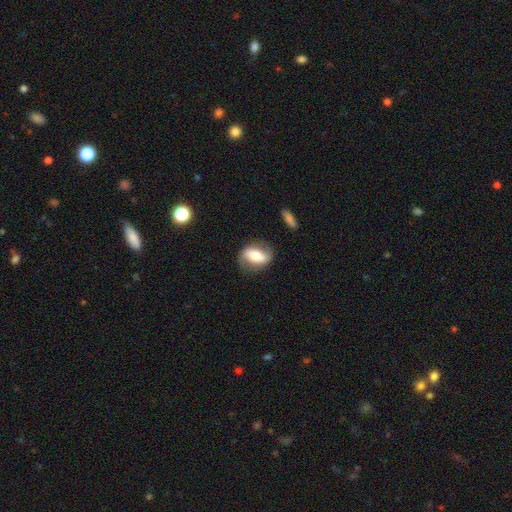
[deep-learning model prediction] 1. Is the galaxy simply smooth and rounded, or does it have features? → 52% featured or disk, 41% smooth, 7% star or artifact.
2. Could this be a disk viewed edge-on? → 89% no, 11% yes.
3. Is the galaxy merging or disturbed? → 75% none, 17% minor disturbance, 7% major disturbance, 2% merger.